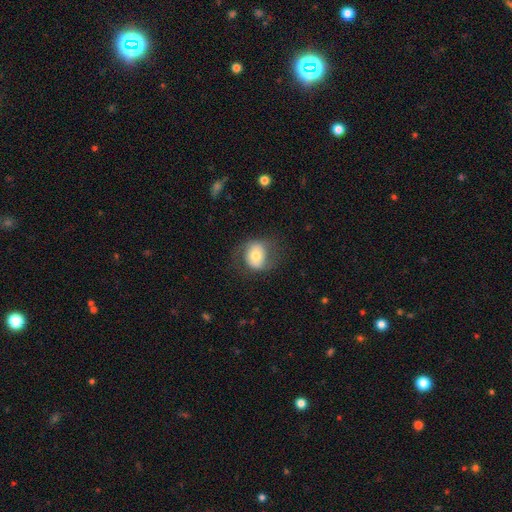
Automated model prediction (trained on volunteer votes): This appears to be a smooth galaxy with no disk features (59%) that is round (59%). Merging: none (64%).